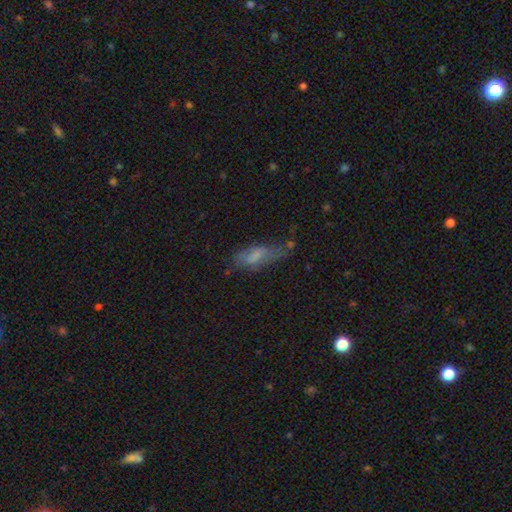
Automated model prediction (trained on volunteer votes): Smooth or featured?
  - smooth: 61% *
  - featured or disk: 28%
  - star or artifact: 11%
How rounded?
  - in between: 59% *
  - cigar-shaped: 38%
  - round: 3%
Merging?
  - none: 42% *
  - minor disturbance: 32%
  - major disturbance: 21%
  - merger: 6%